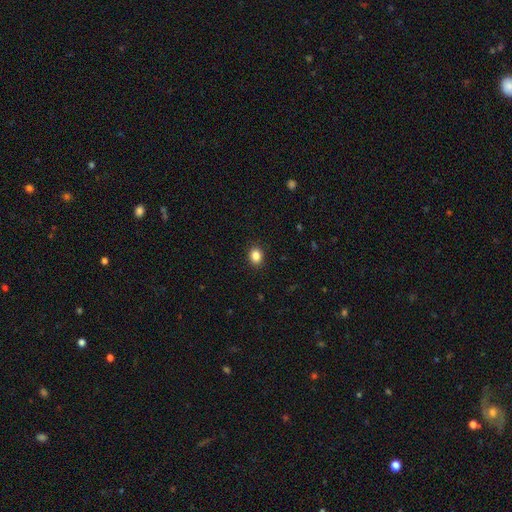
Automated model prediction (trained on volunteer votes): A smooth galaxy with no disk features (86%) that is round (55%). Merging: none (91%).